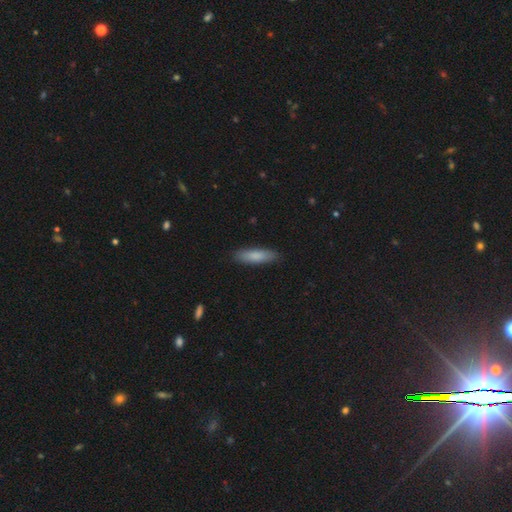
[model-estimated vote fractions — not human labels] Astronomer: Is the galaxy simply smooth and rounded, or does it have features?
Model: smooth — 83%.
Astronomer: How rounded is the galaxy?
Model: cigar-shaped — 66%.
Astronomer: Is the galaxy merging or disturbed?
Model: none — 88%.